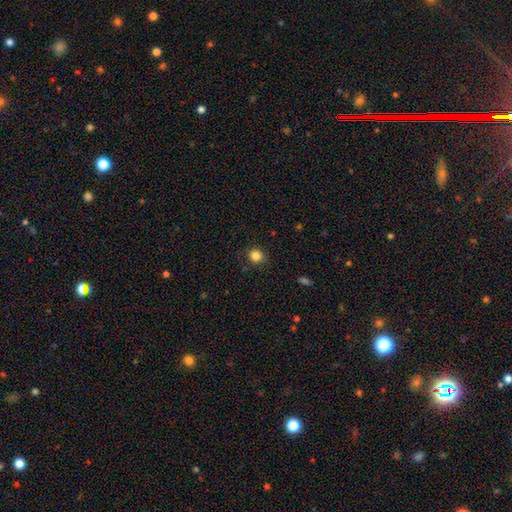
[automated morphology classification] smooth_or_featured: smooth (p=0.84) [alt: star or artifact p=0.11]
how_rounded: round (p=0.81) [alt: in between p=0.18]
merging: none (p=0.86) [alt: minor disturbance p=0.10]